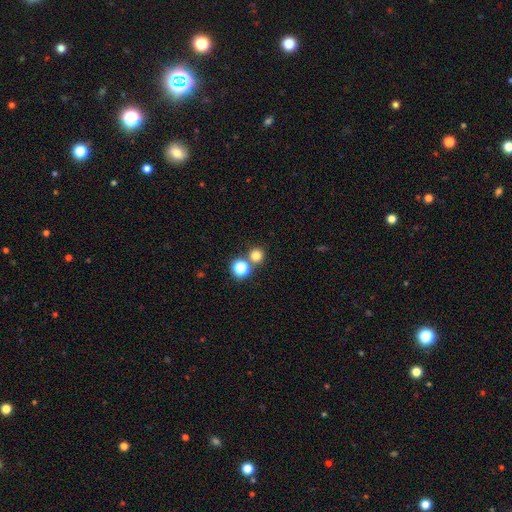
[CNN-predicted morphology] The model was most divided on "merging": none: 70%, merger: 22%, minor disturbance: 6%, major disturbance: 3%. More confident: how rounded — round (93%); smooth or featured — smooth (77%).